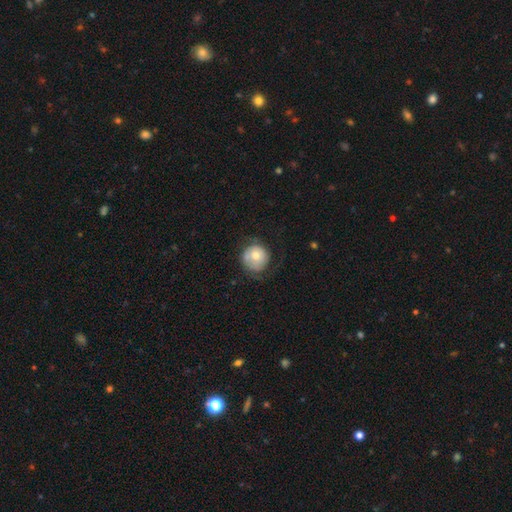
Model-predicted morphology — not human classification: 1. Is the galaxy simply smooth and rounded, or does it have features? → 62% smooth, 30% featured or disk, 7% star or artifact.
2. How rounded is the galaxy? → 90% round, 10% in between, 1% cigar-shaped.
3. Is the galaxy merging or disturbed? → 54% none, 27% minor disturbance, 16% major disturbance, 3% merger.